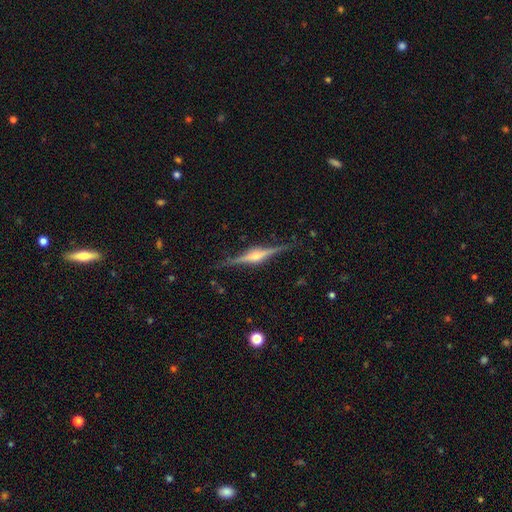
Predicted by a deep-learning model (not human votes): Smooth or featured? Predicted: featured or disk (p=0.85). Edge-on disk? Predicted: yes (p=0.98). Edge-on bulge? Predicted: rounded (p=0.87). Merging? Predicted: none (p=0.87).